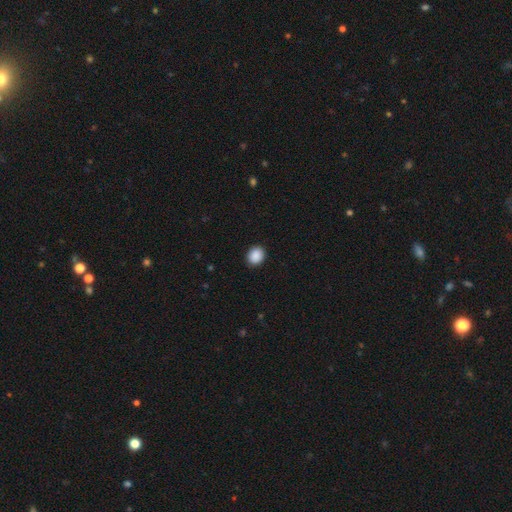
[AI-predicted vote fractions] Overall: smooth (90%). How rounded: round (57%; in between 42%). Merging: none (90%).